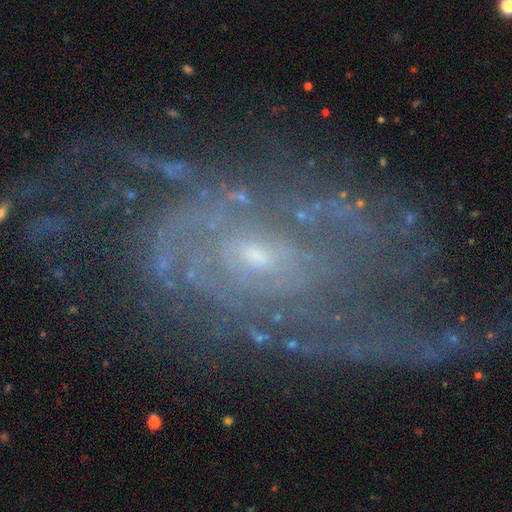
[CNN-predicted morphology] Smooth or featured? featured or disk (86%)
Edge-on disk? no (95%)
Bar? no (65%)
Spiral arms? yes (89%)
Spiral winding? tight (42%)
Spiral arm count? 2 (37%)
Bulge size? small (66%)
Merging? none (51%)